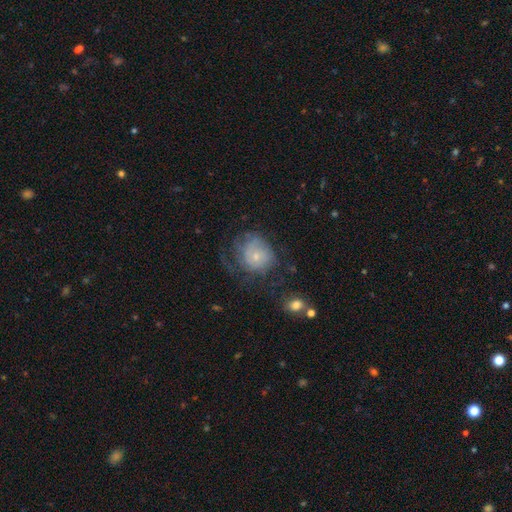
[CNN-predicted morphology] Smooth or featured: featured or disk — 45% (tied with smooth — 45%)
Merging: none — 40% (major disturbance — 32%)